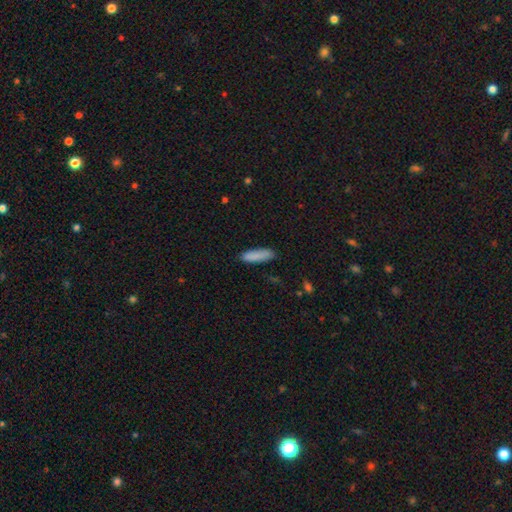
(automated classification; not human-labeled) This appears to be a smooth galaxy with no disk features (87%) that is cigar-shaped (66%). Merging: none (85%).